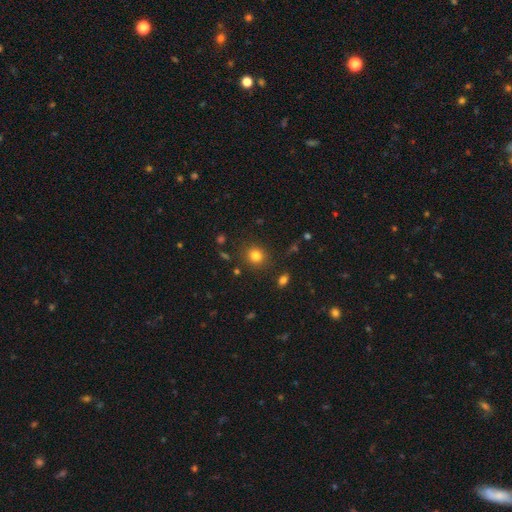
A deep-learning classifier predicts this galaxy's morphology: type=smooth (81%); roundness=round (85%); merging=none (86%).